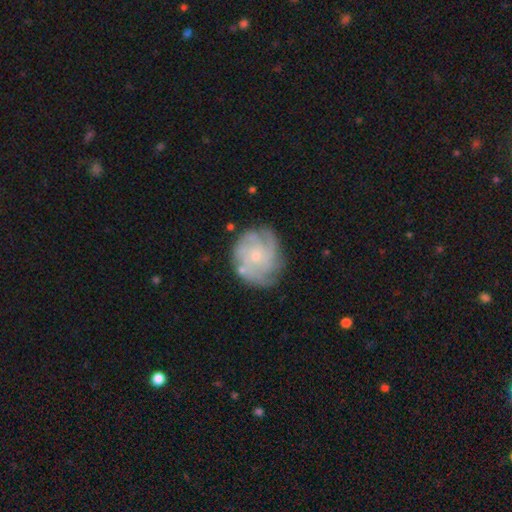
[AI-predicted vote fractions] Smooth or featured? featured or disk (75%)
Edge-on disk? no (98%)
Bar? no (78%)
Spiral arms? yes (92%)
Spiral winding? tight (60%)
Spiral arm count? can't tell (32%)
Bulge size? small (69%)
Merging? none (74%)